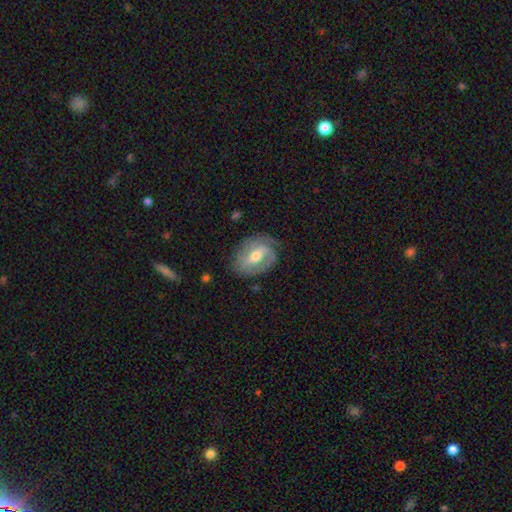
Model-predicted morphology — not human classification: Q: Smooth or featured?
A: featured or disk (72%); runner-up: smooth (22%)
Q: Edge-on disk?
A: no (95%); runner-up: yes (5%)
Q: Bar?
A: weak (45%); runner-up: strong (32%)
Q: Spiral arms?
A: yes (85%); runner-up: no (15%)
Q: Spiral winding?
A: tight (43%); runner-up: medium (38%)
Q: Spiral arm count?
A: 2 (52%); runner-up: 1 (22%)
Q: Bulge size?
A: moderate (64%); runner-up: small (29%)
Q: Merging?
A: none (69%); runner-up: minor disturbance (20%)